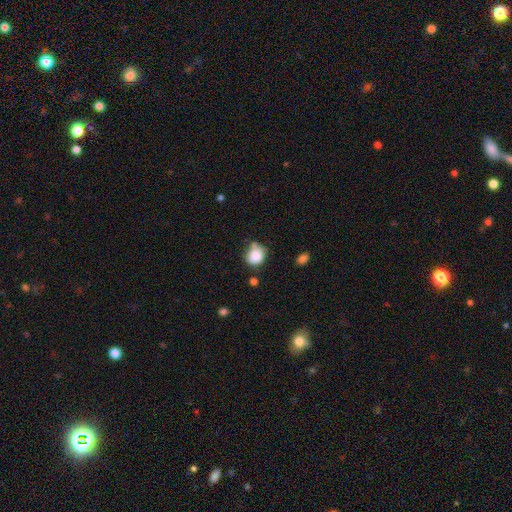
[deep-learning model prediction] Q: Smooth or featured?
A: smooth (84%); runner-up: star or artifact (9%)
Q: How rounded?
A: round (72%); runner-up: in between (27%)
Q: Merging?
A: none (55%); runner-up: minor disturbance (25%)